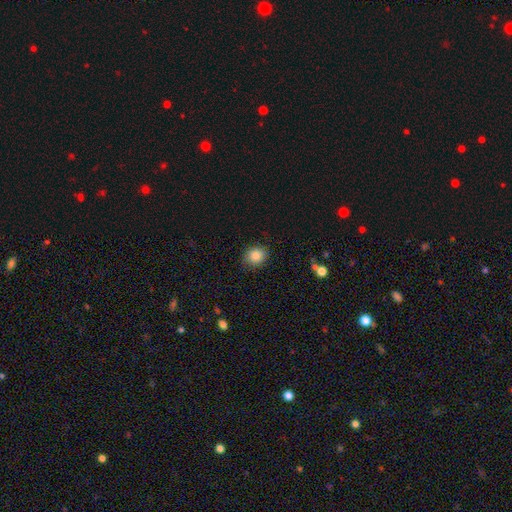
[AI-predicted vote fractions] Smooth or featured? smooth (85%)
How rounded? round (68%)
Merging? none (85%)